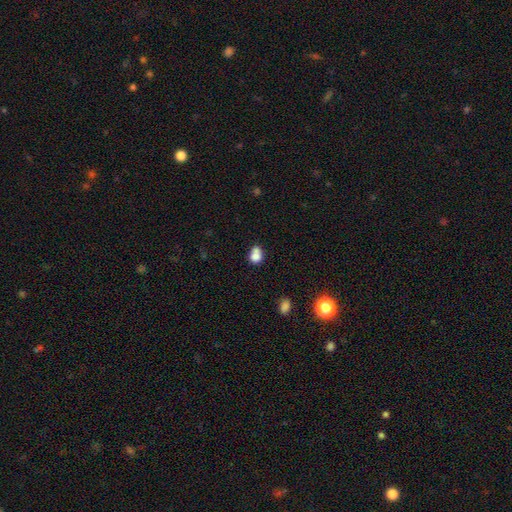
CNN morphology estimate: smooth-or-featured: smooth: 77% | featured or disk: 12% | star or artifact: 11%
  how-rounded: round: 57% | in between: 41% | cigar-shaped: 1%
  merging: merger: 41% | none: 37% | minor disturbance: 15% | major disturbance: 7%